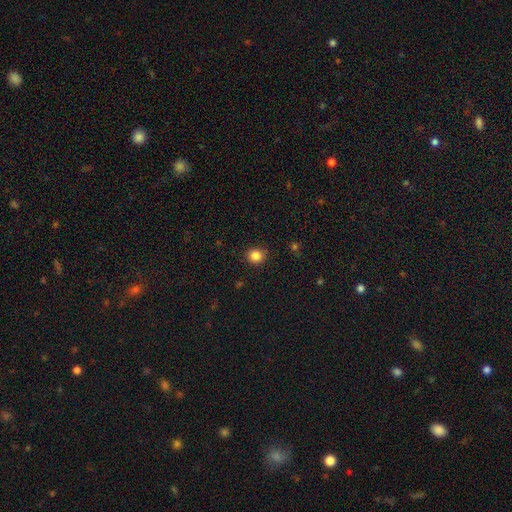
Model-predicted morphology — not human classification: A smooth galaxy with no disk features (84%) that is round (84%). Merging: none (89%).